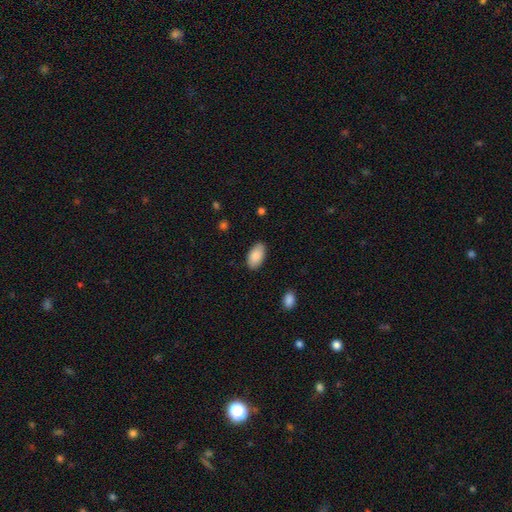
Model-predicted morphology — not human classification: Smooth or featured? Predicted: smooth (p=0.88). How rounded? Predicted: in between (p=0.95). Merging? Predicted: none (p=0.86).